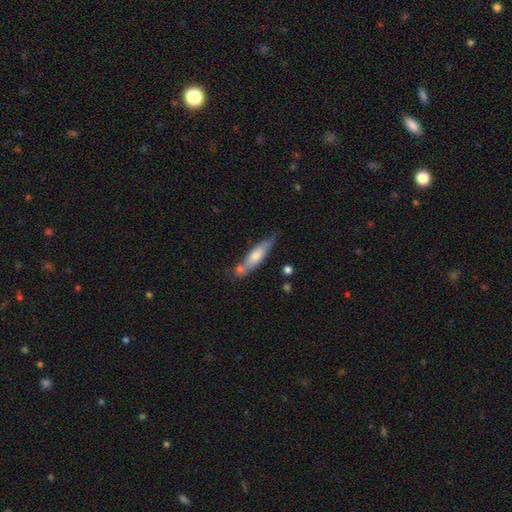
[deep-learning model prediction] Smooth or featured? Predicted: smooth (p=0.60). How rounded? Predicted: cigar-shaped (p=0.77). Merging? Predicted: none (p=0.60).